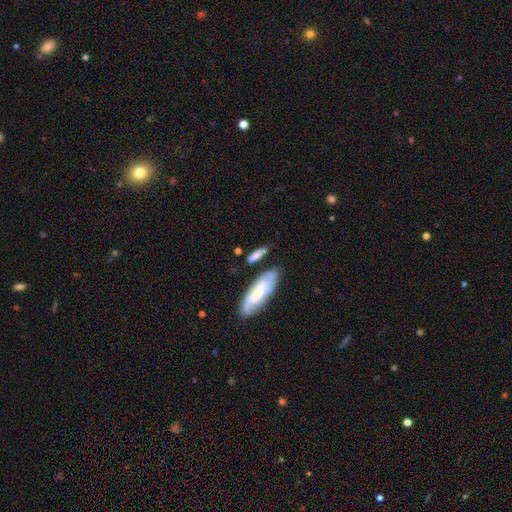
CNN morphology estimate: Smooth or featured? Predicted: smooth (p=0.70). How rounded? Predicted: cigar-shaped (p=0.60). Merging? Predicted: none (p=0.63).